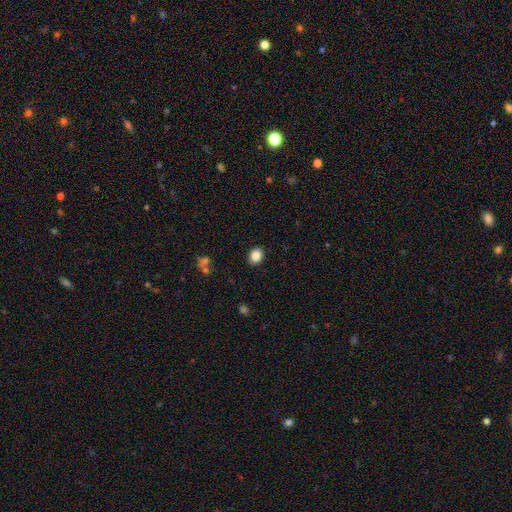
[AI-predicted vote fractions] Smooth or featured?
  - smooth: 86% *
  - star or artifact: 9%
  - featured or disk: 4%
How rounded?
  - round: 56% *
  - in between: 43%
  - cigar-shaped: 1%
Merging?
  - none: 90% *
  - minor disturbance: 7%
  - major disturbance: 2%
  - merger: 1%